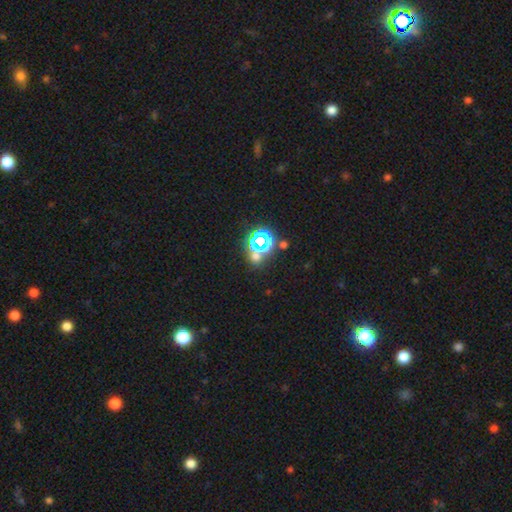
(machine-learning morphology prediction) A star or artifact, not a galaxy (59%).